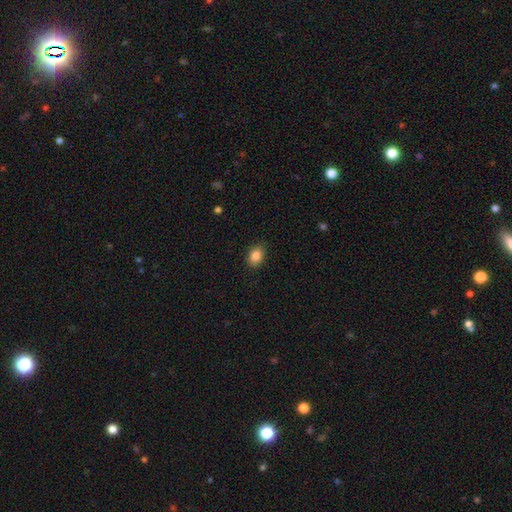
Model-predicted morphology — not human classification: smooth_or_featured: smooth (p=0.85) [alt: star or artifact p=0.09]
how_rounded: in between (p=0.74) [alt: round p=0.25]
merging: none (p=0.87) [alt: minor disturbance p=0.10]